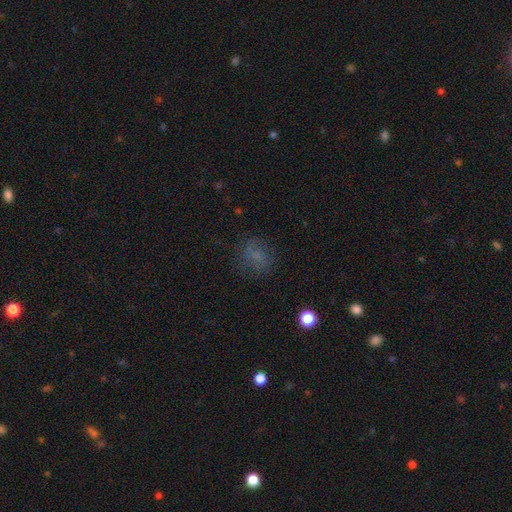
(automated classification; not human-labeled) A smooth galaxy with no disk features (62%) that is round (65%). Merging: none (70%).